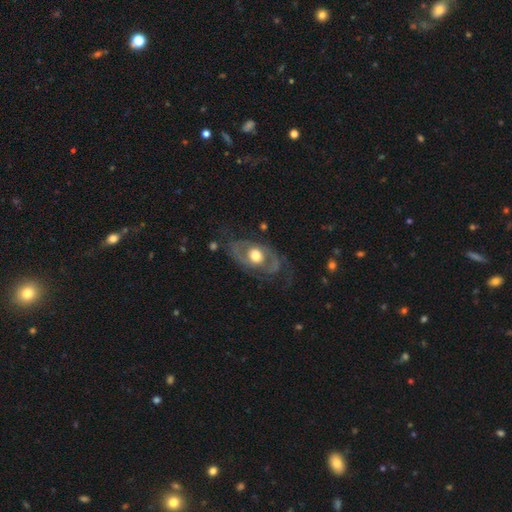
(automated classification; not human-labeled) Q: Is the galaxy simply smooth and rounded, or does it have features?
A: featured or disk — 73%.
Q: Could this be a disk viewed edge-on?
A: no — 93%.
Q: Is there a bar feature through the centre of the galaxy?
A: no — 78%.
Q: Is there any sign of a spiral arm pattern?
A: yes — 61%.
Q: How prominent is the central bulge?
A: moderate — 67%.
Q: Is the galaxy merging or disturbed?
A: none — 64%.